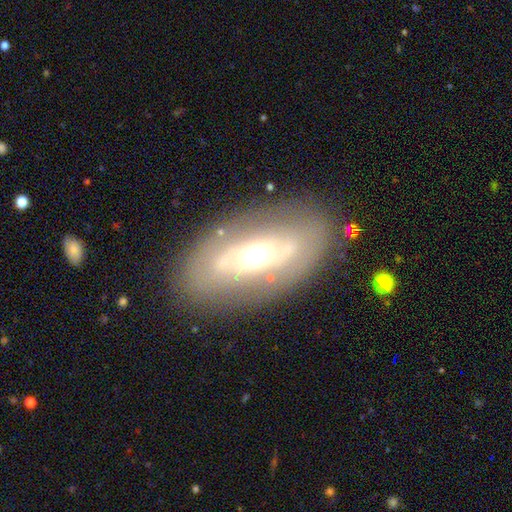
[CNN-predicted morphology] Smooth or featured? Predicted: featured or disk (p=0.63). Edge-on disk? Predicted: no (p=0.82). Bar? Predicted: no (p=0.48). Spiral arms? Predicted: no (p=0.55). Bulge size? Predicted: moderate (p=0.61). Merging? Predicted: none (p=0.79).